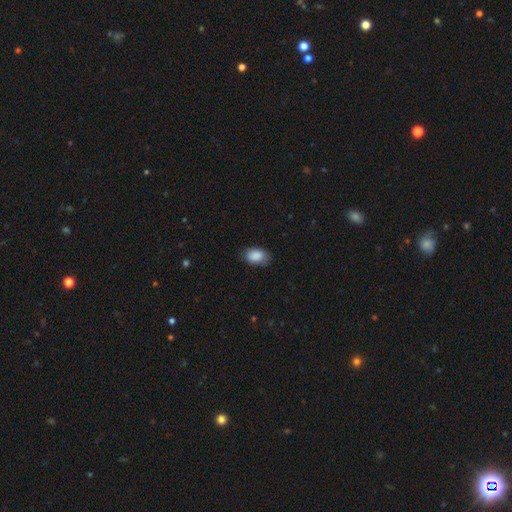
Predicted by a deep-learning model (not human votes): Overall: smooth (89%). How rounded: in between (86%). Merging: none (79%).